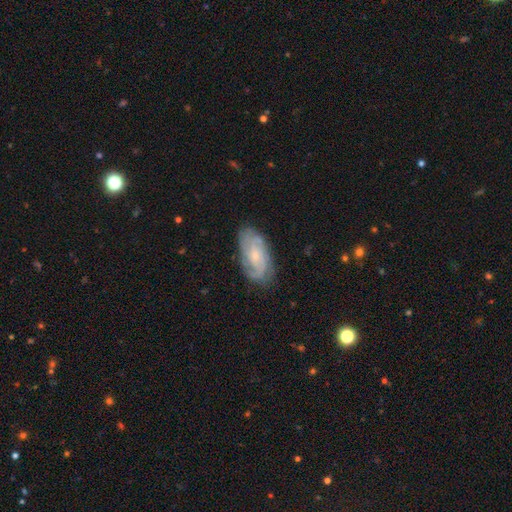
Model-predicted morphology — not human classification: featured or disk 75%, smooth 19%, star or artifact 6%. Down the decision tree: edge-on disk — no (95%); bar — no (65%); spiral arms — yes (93%); spiral arm count — 2 (36%); spiral winding — tight (56%); bulge size — small (71%); merging — none (76%).